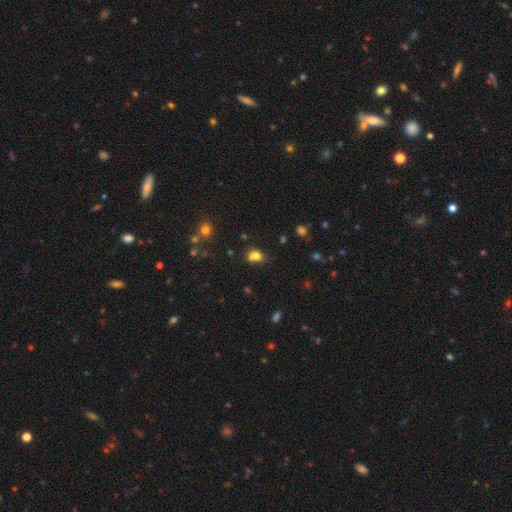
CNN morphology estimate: Q: Smooth or featured?
A: smooth (76%); runner-up: star or artifact (15%)
Q: How rounded?
A: round (50%); runner-up: in between (49%)
Q: Merging?
A: none (47%); runner-up: merger (28%)